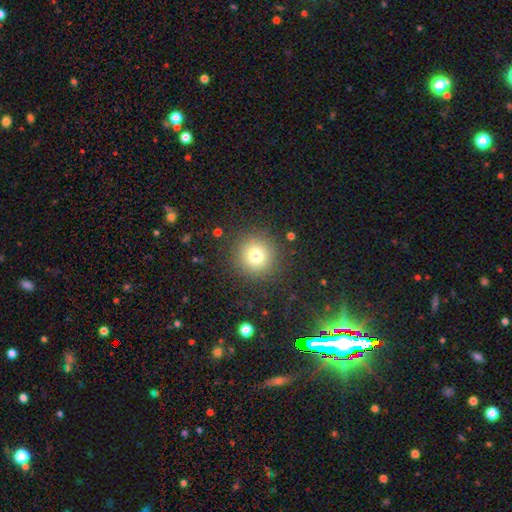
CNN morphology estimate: This is likely a smooth galaxy (75%). How rounded: clearly round (95%). Merging: clearly none (88%).